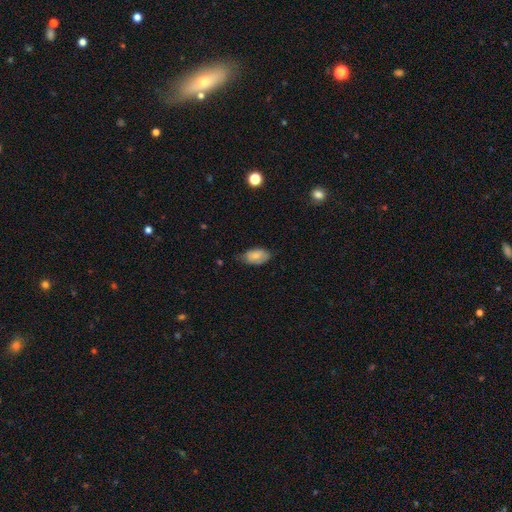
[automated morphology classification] Q: Smooth or featured?
A: smooth (73%); runner-up: featured or disk (20%)
Q: How rounded?
A: in between (92%); runner-up: round (6%)
Q: Merging?
A: none (57%); runner-up: minor disturbance (35%)